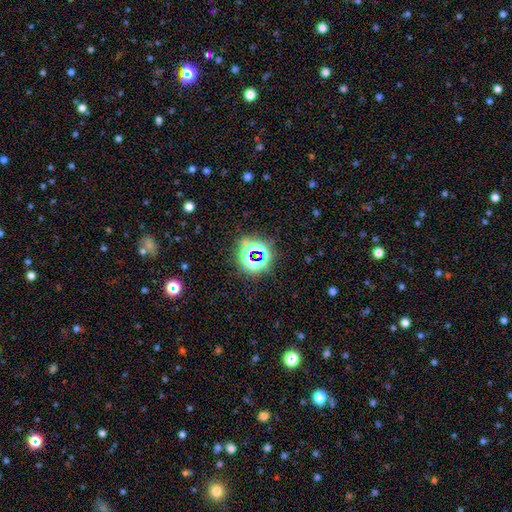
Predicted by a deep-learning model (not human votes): A star or artifact, not a galaxy (71%).